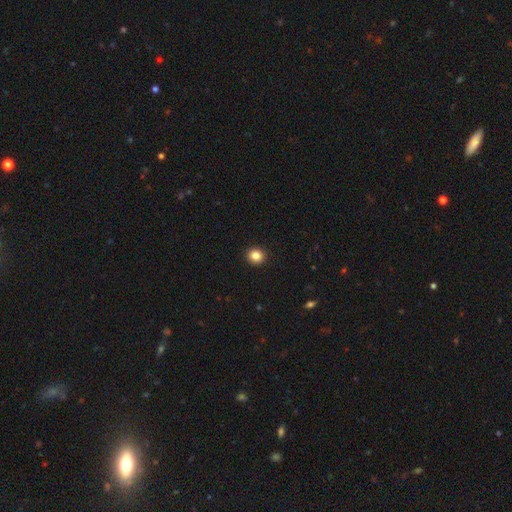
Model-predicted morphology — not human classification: type=smooth (85%); roundness=round (87%); merging=none (93%).